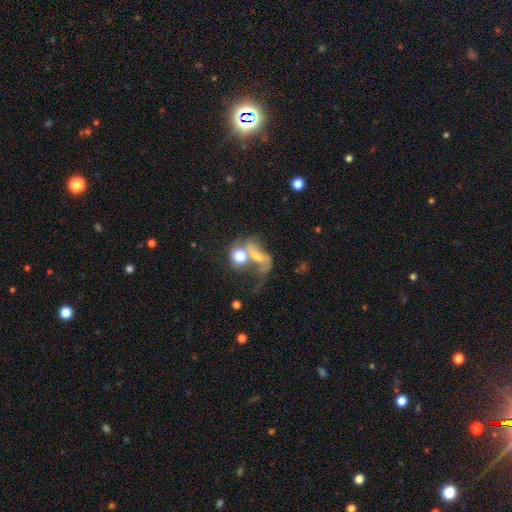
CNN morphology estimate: Q: Smooth or featured?
A: featured or disk (45%); runner-up: smooth (39%)
Q: Merging?
A: merger (54%); runner-up: major disturbance (22%)